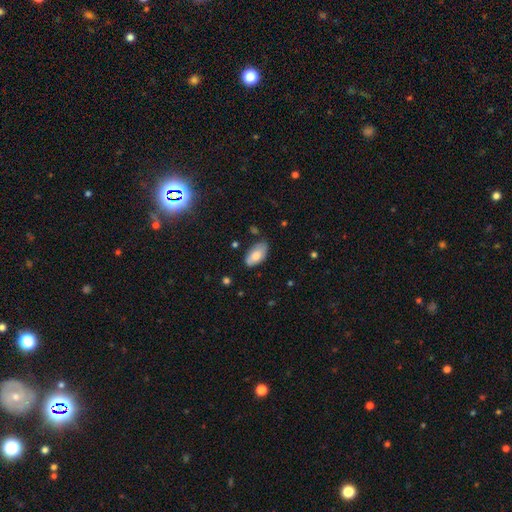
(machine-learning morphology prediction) smooth_or_featured: smooth (p=0.74) [alt: featured or disk p=0.19]
how_rounded: in between (p=0.95) [alt: cigar-shaped p=0.03]
merging: none (p=0.73) [alt: minor disturbance p=0.21]